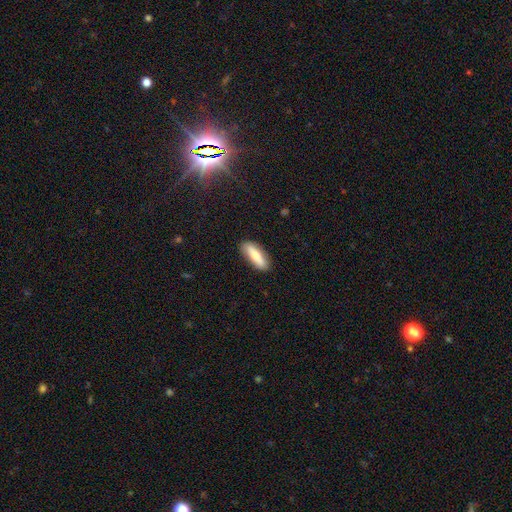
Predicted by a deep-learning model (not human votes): This is likely a smooth galaxy (74%). How rounded: possibly in between (54%). Merging: clearly none (86%).